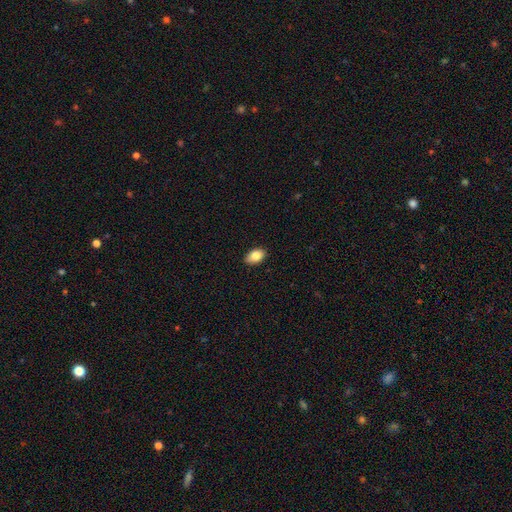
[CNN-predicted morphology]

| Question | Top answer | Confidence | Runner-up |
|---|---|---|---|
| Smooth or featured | smooth | 83% | featured or disk (9%) |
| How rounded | in between | 89% | round (9%) |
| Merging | none | 88% | minor disturbance (10%) |